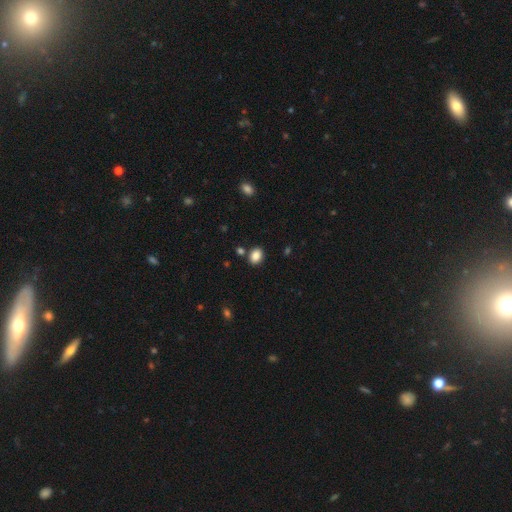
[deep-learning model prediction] smooth_or_featured: smooth (p=0.87) [alt: star or artifact p=0.09]
how_rounded: in between (p=0.64) [alt: round p=0.35]
merging: none (p=0.81) [alt: minor disturbance p=0.10]